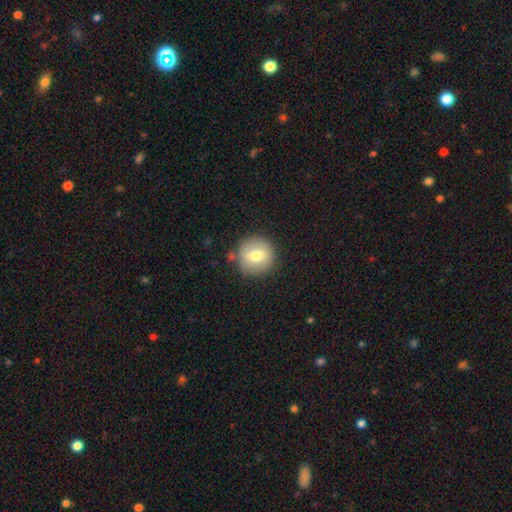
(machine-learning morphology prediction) Q: Smooth or featured?
A: smooth (70%); runner-up: featured or disk (22%)
Q: How rounded?
A: round (93%); runner-up: in between (6%)
Q: Merging?
A: none (84%); runner-up: minor disturbance (10%)